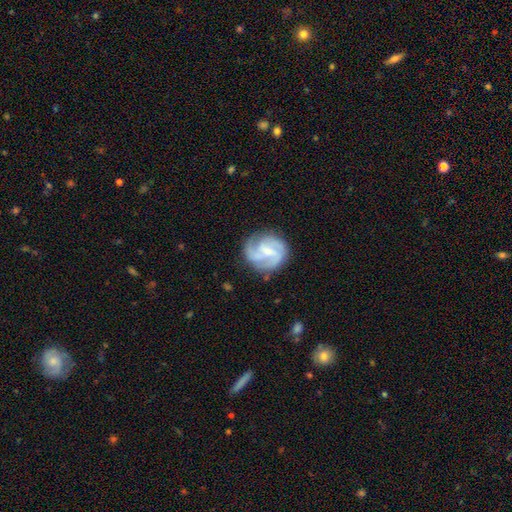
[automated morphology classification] smooth-or-featured: featured or disk: 80% | smooth: 14% | star or artifact: 6%
  disk-edge-on: no: 98% | yes: 2%
    bar: weak: 54% | no: 26% | strong: 20%
    has-spiral-arms: yes: 95% | no: 5%
      spiral-winding: medium: 48% | tight: 37% | loose: 15%
      spiral-arm-count: 3: 46% | 2: 24% | can't tell: 14% | 4: 8% | 1: 4% | more than 4: 4%
    bulge-size: small: 55% | moderate: 29% | none: 13% | large: 2% | dominant: 1%
  merging: none: 70% | minor disturbance: 18% | major disturbance: 9% | merger: 2%